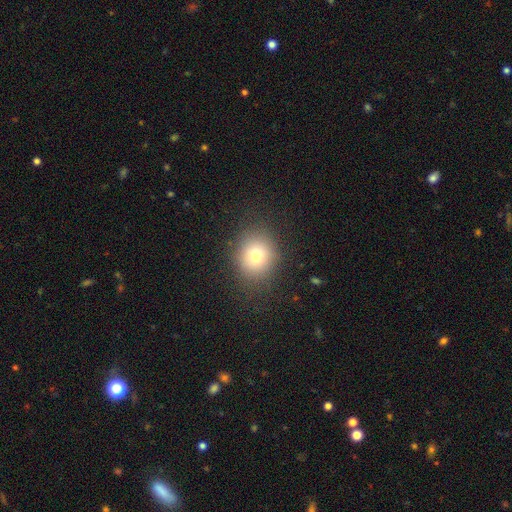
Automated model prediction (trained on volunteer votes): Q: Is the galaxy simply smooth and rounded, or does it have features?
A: smooth — 77%.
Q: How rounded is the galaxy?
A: round — 72%.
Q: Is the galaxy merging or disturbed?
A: none — 86%.